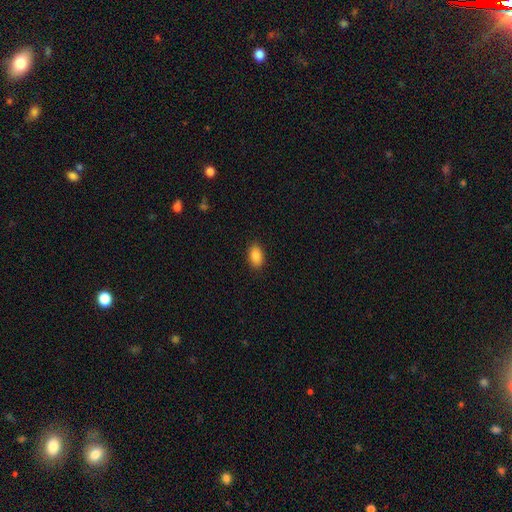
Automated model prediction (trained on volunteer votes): Smooth or featured? Predicted: smooth (p=0.88). How rounded? Predicted: in between (p=0.91). Merging? Predicted: none (p=0.89).